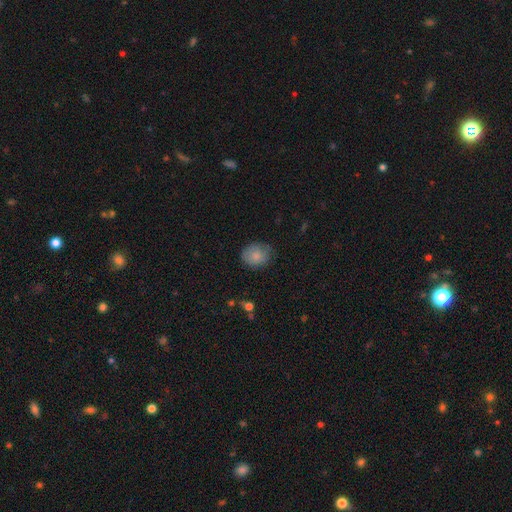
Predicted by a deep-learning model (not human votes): Overall: smooth (82%). How rounded: round (61%; in between 38%). Merging: none (73%).